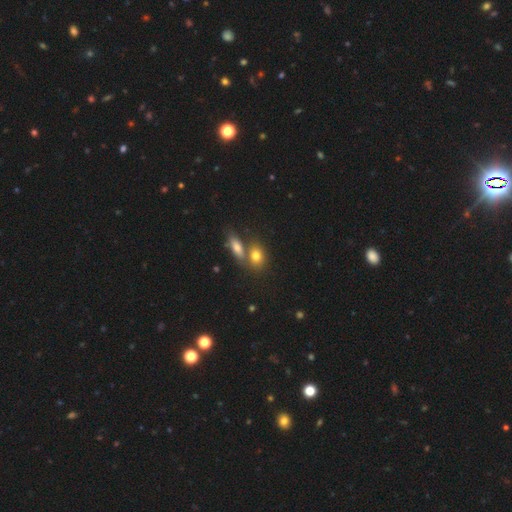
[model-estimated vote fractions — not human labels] This appears to be a smooth galaxy with no disk features (77%) that is in between round and cigar-shaped (61%). Merging: none (46%).